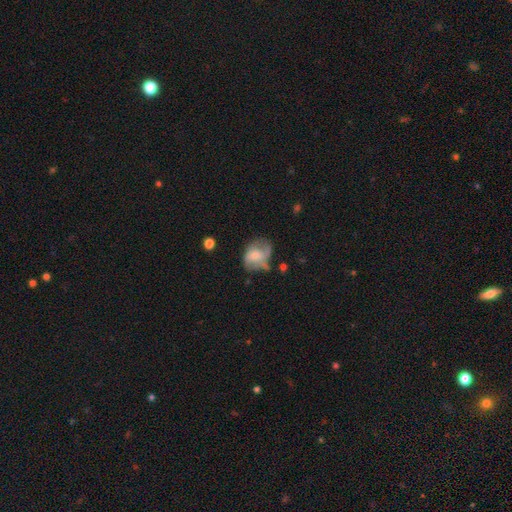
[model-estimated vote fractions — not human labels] The model was most divided on "merging": none: 35%, minor disturbance: 30%, major disturbance: 29%, merger: 6%. Remaining: smooth or featured — smooth (49%).